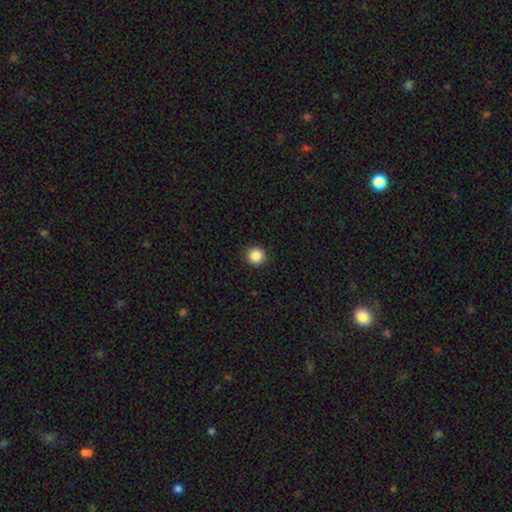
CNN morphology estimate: A smooth galaxy with no disk features (87%) that is round (95%).

Vote fractions:
- Smooth or featured? smooth: 87% / star or artifact: 10% / featured or disk: 3%
- How rounded? round: 95% / in between: 4% / cigar-shaped: 1%
- Merging? none: 92% / minor disturbance: 6% / major disturbance: 2% / merger: 1%